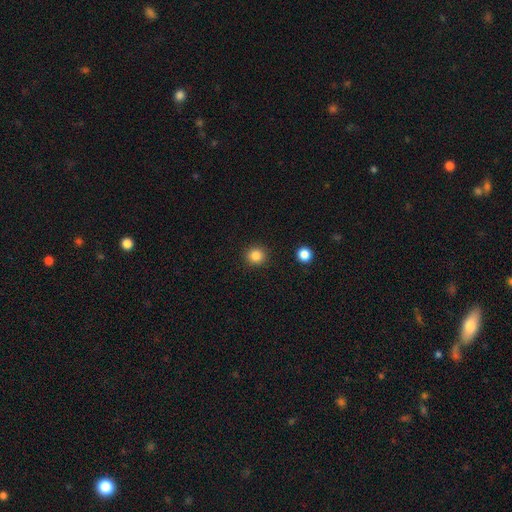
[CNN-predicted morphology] A smooth galaxy with no disk features (84%) that is round (94%).

Vote fractions:
- Smooth or featured? smooth: 84% / star or artifact: 11% / featured or disk: 4%
- How rounded? round: 94% / in between: 5% / cigar-shaped: 1%
- Merging? none: 92% / minor disturbance: 5% / major disturbance: 2% / merger: 2%